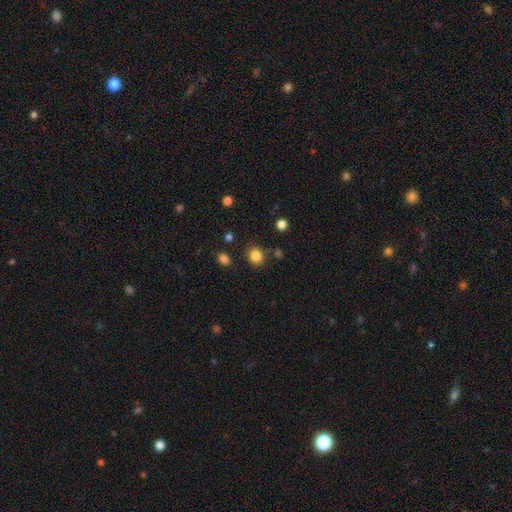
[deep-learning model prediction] This appears to be a smooth galaxy with no disk features (84%) that is round (77%). Merging: none (83%).